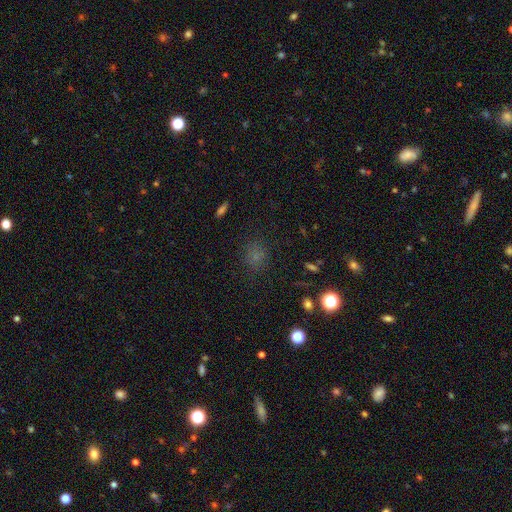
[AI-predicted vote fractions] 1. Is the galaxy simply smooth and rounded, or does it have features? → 65% smooth, 27% star or artifact, 8% featured or disk.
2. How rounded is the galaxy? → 75% round, 24% in between, 1% cigar-shaped.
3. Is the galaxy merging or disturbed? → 80% none, 13% minor disturbance, 5% major disturbance, 2% merger.